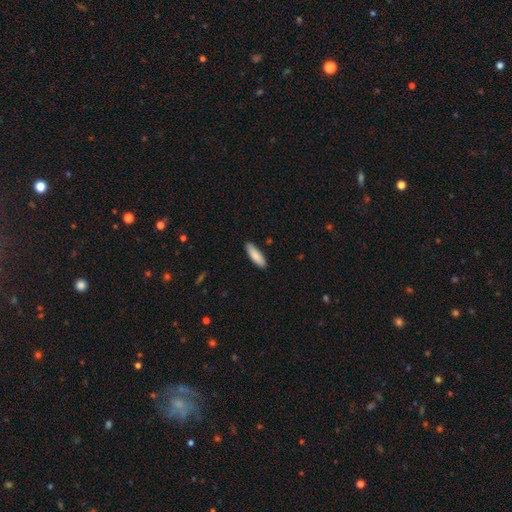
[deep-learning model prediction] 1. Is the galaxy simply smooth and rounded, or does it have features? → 86% smooth, 8% featured or disk, 5% star or artifact.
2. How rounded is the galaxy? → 51% cigar-shaped, 48% in between, 1% round.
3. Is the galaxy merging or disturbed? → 88% none, 9% minor disturbance, 2% major disturbance, 1% merger.